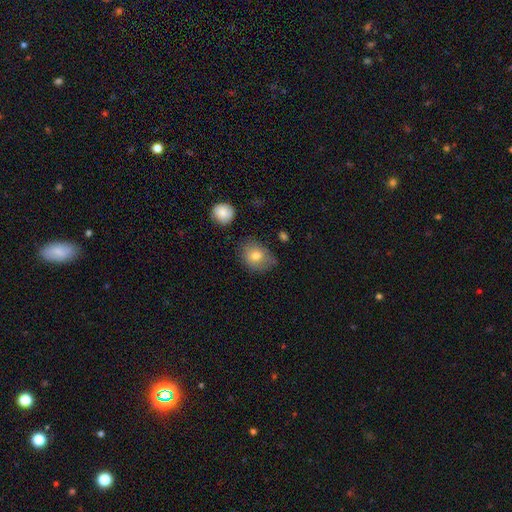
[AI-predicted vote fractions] A smooth galaxy with no disk features (76%) that is in between round and cigar-shaped (51%). Merging: none (59%).